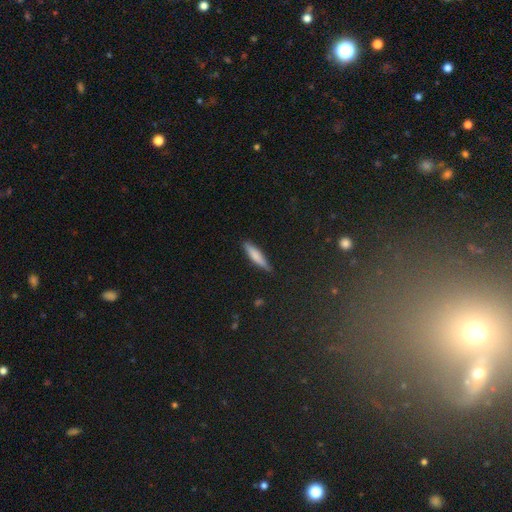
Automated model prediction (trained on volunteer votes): smooth_or_featured: smooth (p=0.71) [alt: featured or disk p=0.22]
how_rounded: cigar-shaped (p=0.84) [alt: in between p=0.14]
merging: none (p=0.84) [alt: minor disturbance p=0.12]